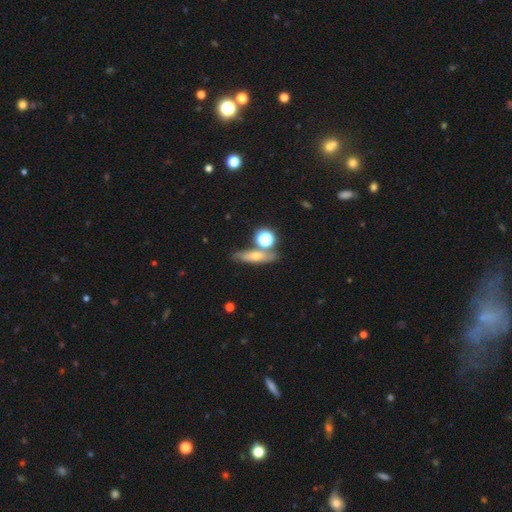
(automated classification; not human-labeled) Smooth or featured? Predicted: smooth (p=0.46). Merging? Predicted: none (p=0.69).